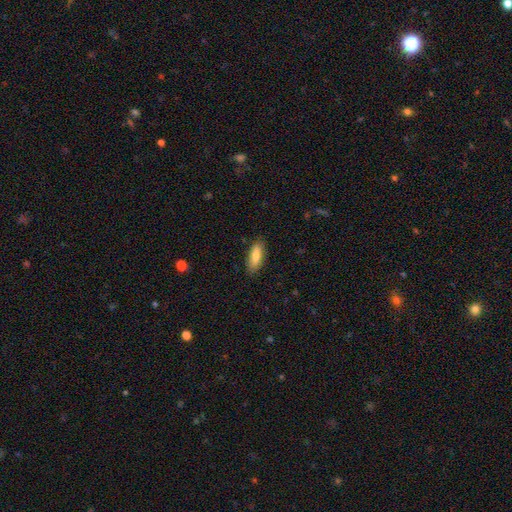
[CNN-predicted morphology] Overall: smooth (83%). How rounded: in between (61%; cigar-shaped 37%). Merging: none (85%).